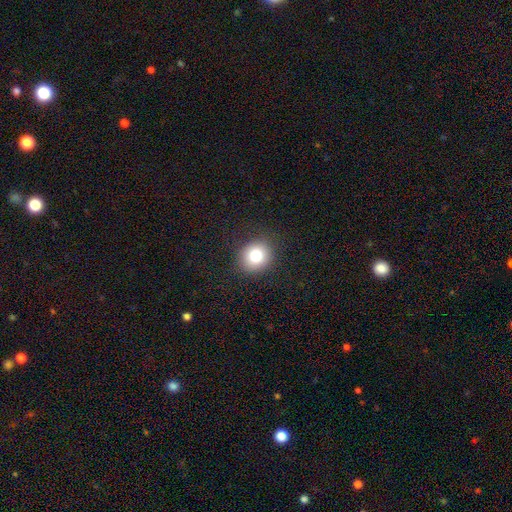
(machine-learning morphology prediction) A smooth galaxy with no disk features (79%) that is round (76%).

Vote fractions:
- Smooth or featured? smooth: 79% / star or artifact: 11% / featured or disk: 10%
- How rounded? round: 76% / in between: 23% / cigar-shaped: 1%
- Merging? none: 88% / minor disturbance: 8% / major disturbance: 3% / merger: 1%